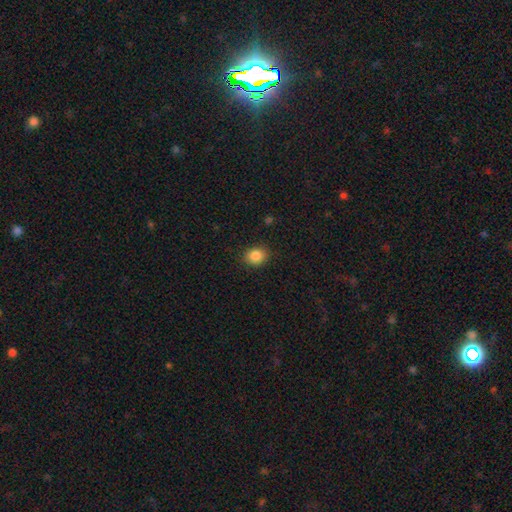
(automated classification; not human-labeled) Smooth or featured? Predicted: smooth (p=0.86). How rounded? Predicted: round (p=0.51). Merging? Predicted: none (p=0.88).